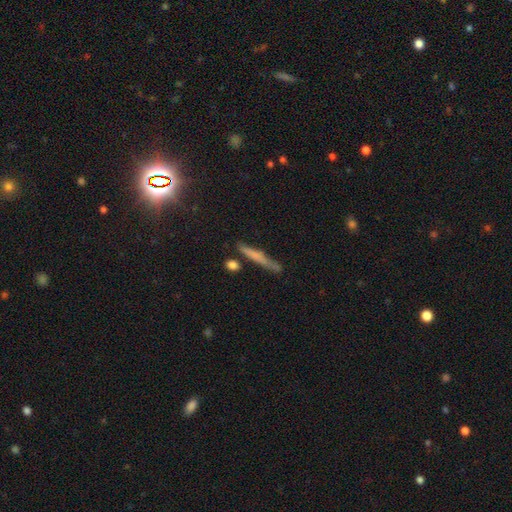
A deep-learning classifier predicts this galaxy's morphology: Smooth or featured?
  - smooth: 55% *
  - featured or disk: 35%
  - star or artifact: 10%
How rounded?
  - cigar-shaped: 94% *
  - in between: 4%
  - round: 2%
Merging?
  - none: 76% *
  - minor disturbance: 15%
  - merger: 5%
  - major disturbance: 4%